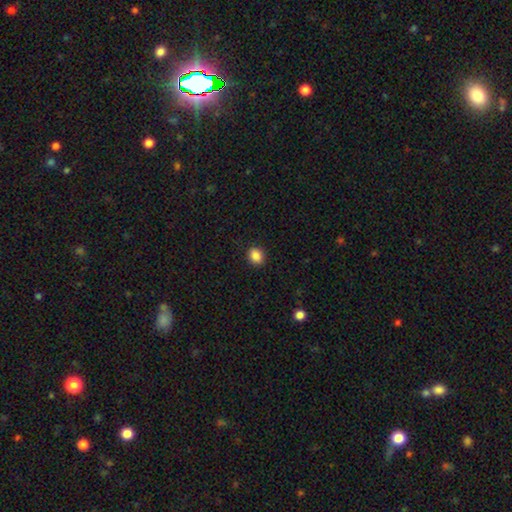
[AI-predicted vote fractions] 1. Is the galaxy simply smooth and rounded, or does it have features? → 87% smooth, 10% star or artifact, 3% featured or disk.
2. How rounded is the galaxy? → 58% round, 41% in between, 1% cigar-shaped.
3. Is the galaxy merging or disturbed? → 90% none, 7% minor disturbance, 2% major disturbance, 1% merger.